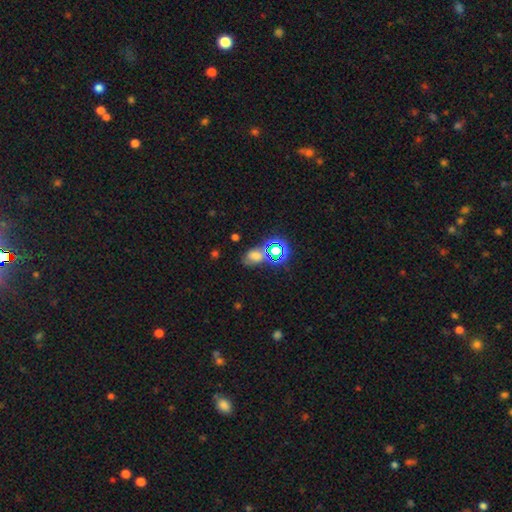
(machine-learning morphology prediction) This is possibly a smooth galaxy (50%). How rounded: likely in between (74%). Merging: possibly none (56%).